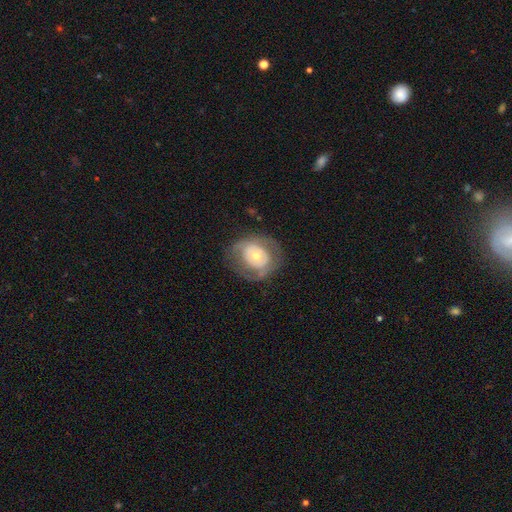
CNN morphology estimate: This is likely a featured or disk galaxy (61%). It is clearly not viewed edge-on (95%). Bar: likely no (79%). Spiral arm pattern: likely no (63%). Central bulge: possibly moderate (54%). Merging: likely none (67%).